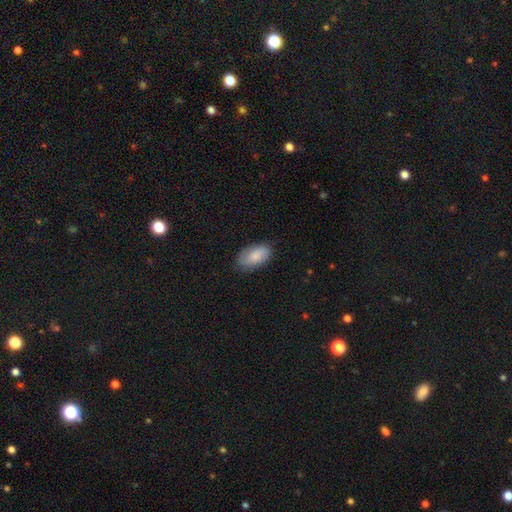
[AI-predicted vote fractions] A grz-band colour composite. It shows a smooth galaxy with no disk features (79%) that is in between round and cigar-shaped (93%). Merging: none (77%).